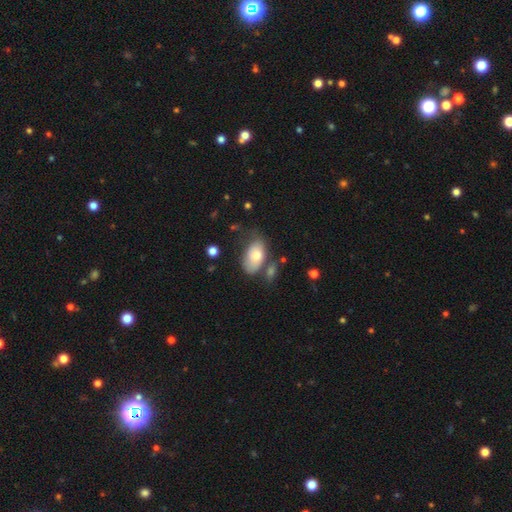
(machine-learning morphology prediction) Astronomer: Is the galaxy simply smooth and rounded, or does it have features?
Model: smooth — 74%.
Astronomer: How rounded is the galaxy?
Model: in between — 93%.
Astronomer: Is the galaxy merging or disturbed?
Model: none — 46% (runner-up: minor disturbance, 29%).